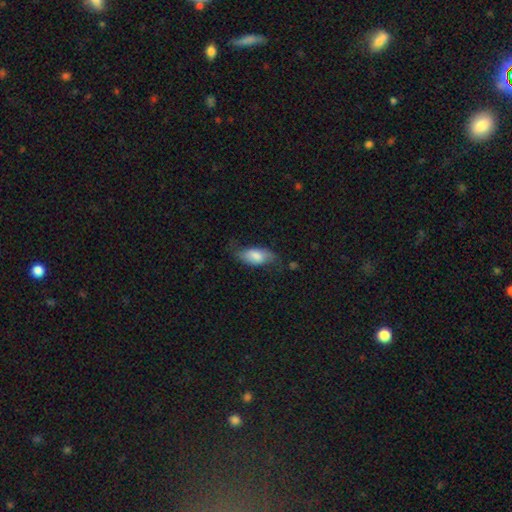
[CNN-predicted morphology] This appears to be a smooth galaxy with no disk features (68%) that is in between round and cigar-shaped (86%). Merging: none (57%).